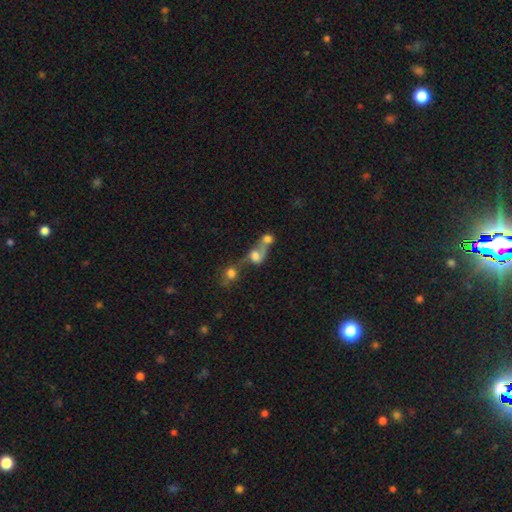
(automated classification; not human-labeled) The model was most divided on "how rounded": round: 48%, in between: 47%, cigar-shaped: 4%. More confident: merging — merger (75%); smooth or featured — smooth (59%).